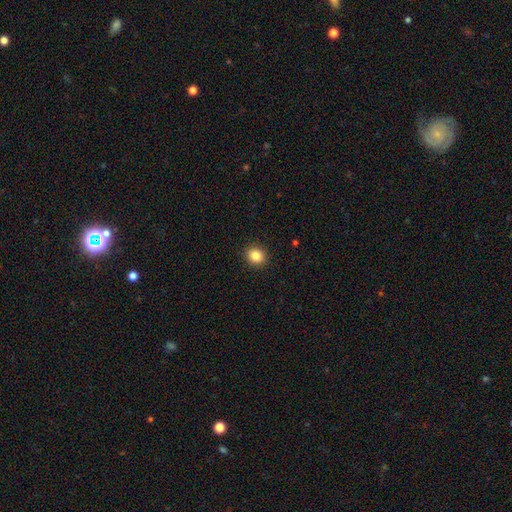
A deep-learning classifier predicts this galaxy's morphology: Smooth or featured? smooth (85%)
How rounded? round (74%)
Merging? none (92%)